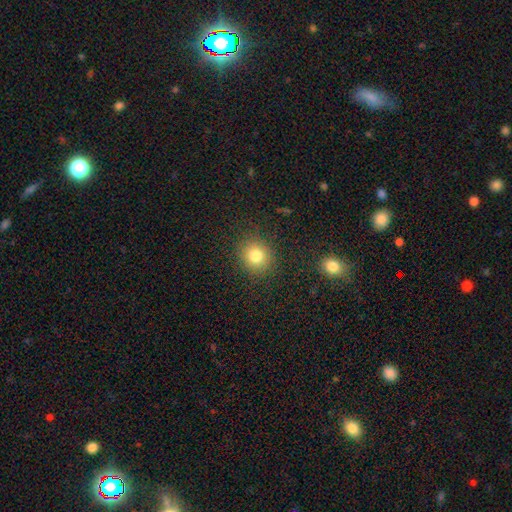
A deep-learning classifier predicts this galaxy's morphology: The model was most divided on "smooth or featured": smooth: 80%, star or artifact: 13%, featured or disk: 7%. More confident: merging — none (87%); how rounded — round (85%).